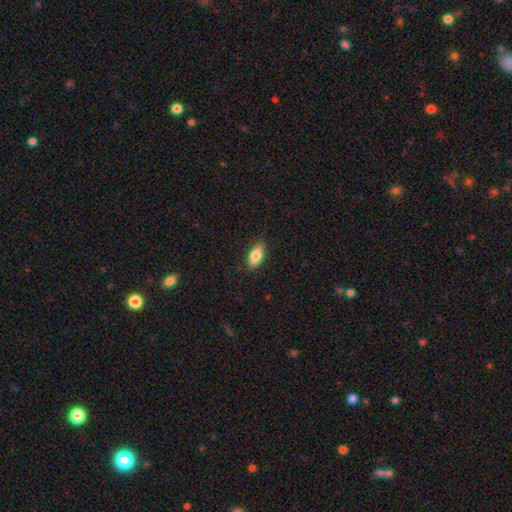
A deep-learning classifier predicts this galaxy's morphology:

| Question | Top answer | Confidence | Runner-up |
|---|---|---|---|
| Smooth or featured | smooth | 83% | featured or disk (11%) |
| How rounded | in between | 88% | cigar-shaped (9%) |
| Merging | none | 85% | minor disturbance (12%) |